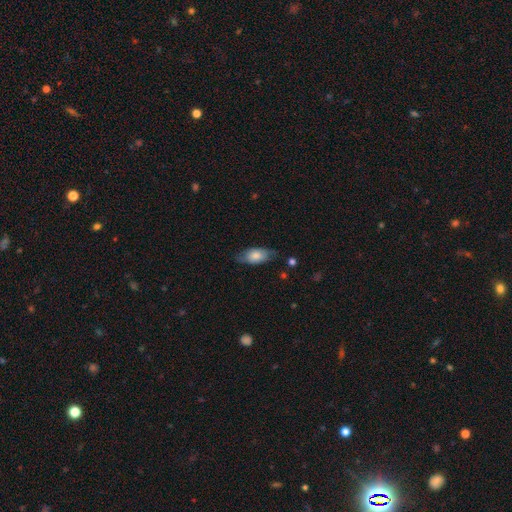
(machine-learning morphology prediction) smooth-or-featured: smooth: 70% | featured or disk: 24% | star or artifact: 7%
  how-rounded: in between: 87% | cigar-shaped: 9% | round: 5%
  merging: none: 69% | minor disturbance: 23% | major disturbance: 6% | merger: 2%